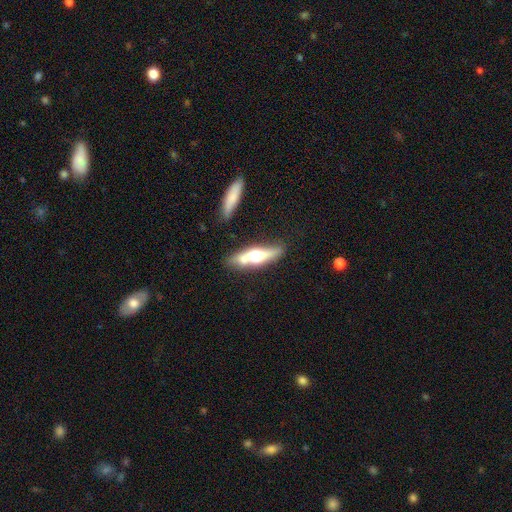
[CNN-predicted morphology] Smooth or featured: featured or disk — 57% (smooth — 38%)
Edge-on disk: yes — 86% (no — 14%)
Merging: none — 65% (minor disturbance — 16%)